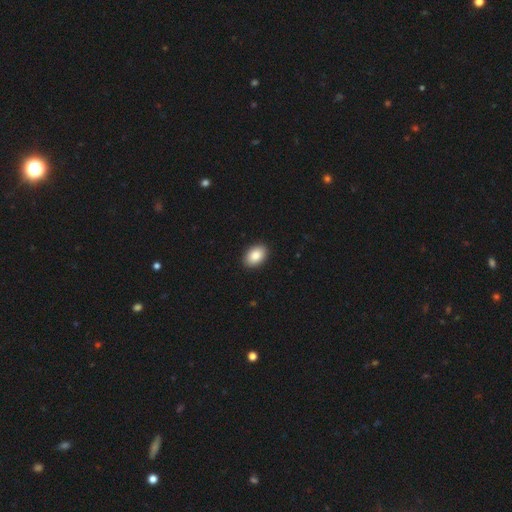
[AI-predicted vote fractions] This appears to be a smooth galaxy with no disk features (88%) that is in between round and cigar-shaped (86%). Merging: none (91%).